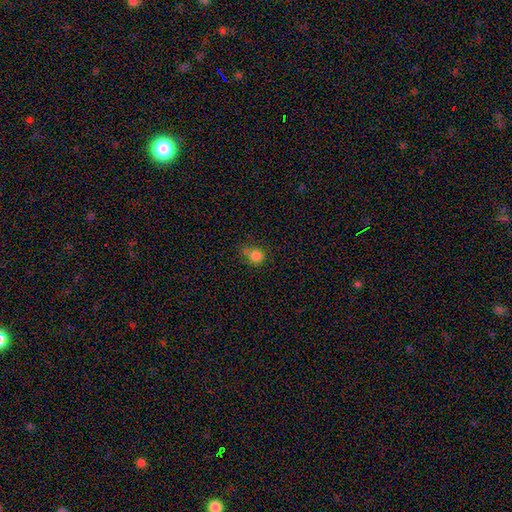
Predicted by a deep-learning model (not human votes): smooth-or-featured: smooth: 81% | star or artifact: 13% | featured or disk: 6%
  how-rounded: round: 85% | in between: 14% | cigar-shaped: 1%
  merging: none: 55% | minor disturbance: 20% | merger: 17% | major disturbance: 7%